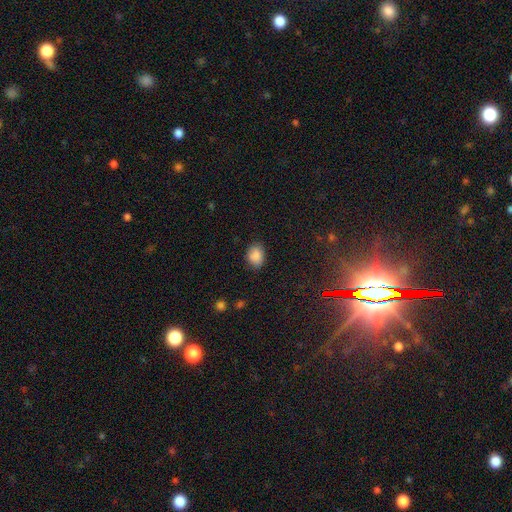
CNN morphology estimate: This appears to be a smooth galaxy with no disk features (86%) that is in between round and cigar-shaped (65%). Merging: none (81%).